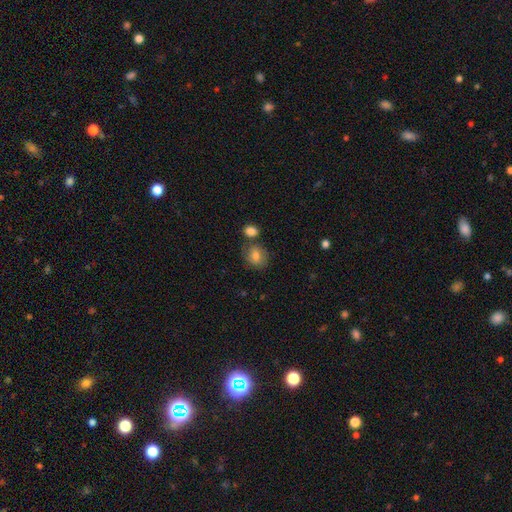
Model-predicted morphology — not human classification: This is likely a smooth galaxy (79%). How rounded: likely round (61%). Merging: likely none (64%).